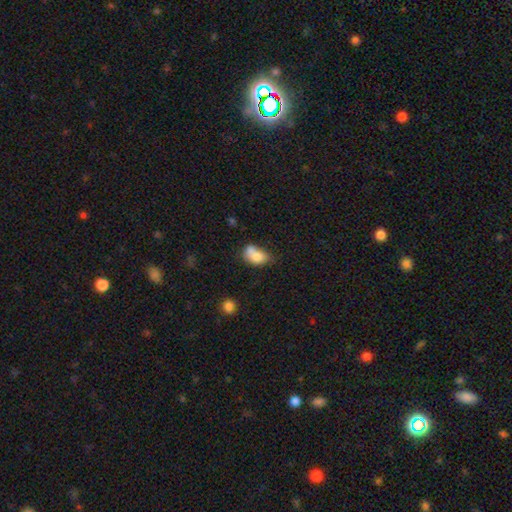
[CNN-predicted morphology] smooth-or-featured: smooth: 75% | featured or disk: 16% | star or artifact: 9%
  how-rounded: in between: 78% | round: 20% | cigar-shaped: 2%
  merging: merger: 51% | none: 25% | minor disturbance: 17% | major disturbance: 8%